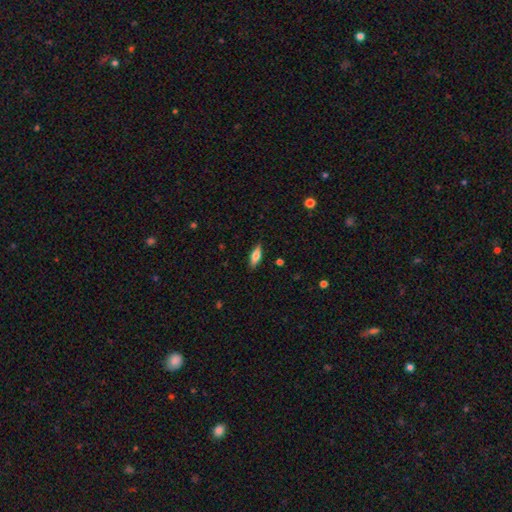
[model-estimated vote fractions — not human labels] smooth 65%, featured or disk 28%, star or artifact 7%. Down the decision tree: how rounded — in between (61%); merging — none (86%).